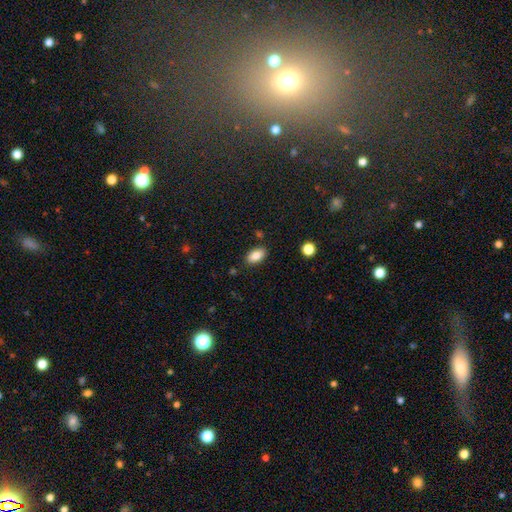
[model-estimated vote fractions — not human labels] Smooth or featured: smooth — 87% (star or artifact — 8%)
How rounded: in between — 92% (round — 5%)
Merging: none — 85% (minor disturbance — 10%)